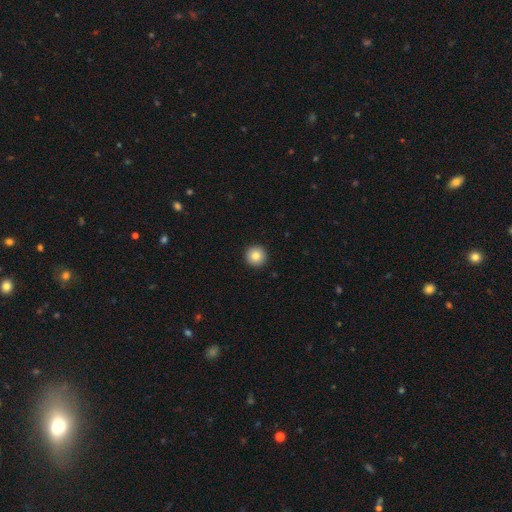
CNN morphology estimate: smooth_or_featured: smooth (p=0.83) [alt: star or artifact p=0.09]
how_rounded: round (p=0.96) [alt: in between p=0.03]
merging: none (p=0.94) [alt: minor disturbance p=0.04]